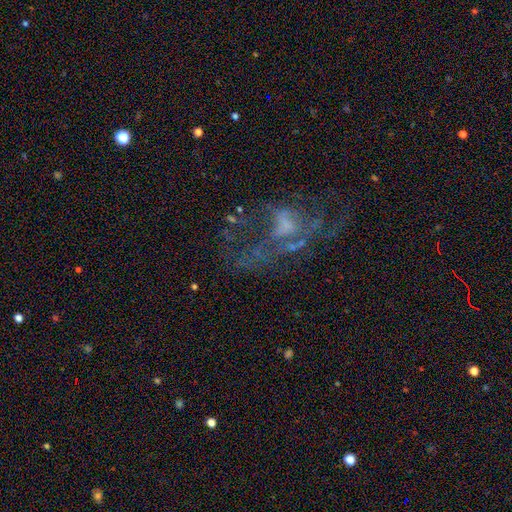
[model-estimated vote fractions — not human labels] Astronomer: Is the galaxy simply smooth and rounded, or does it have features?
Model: featured or disk — 62%.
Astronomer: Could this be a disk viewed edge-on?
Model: no — 95%.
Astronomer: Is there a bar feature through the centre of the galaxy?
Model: no — 70%.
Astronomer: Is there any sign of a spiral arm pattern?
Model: no — 61% (runner-up: yes, 39%).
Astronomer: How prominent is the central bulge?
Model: none — 38% (runner-up: small, 34%).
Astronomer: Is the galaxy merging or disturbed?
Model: major disturbance — 44% (runner-up: none, 35%).